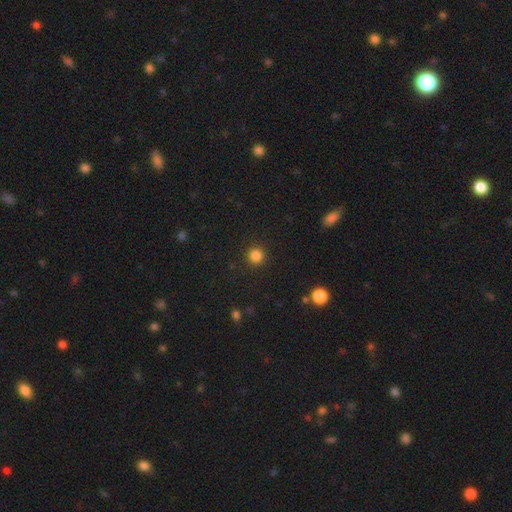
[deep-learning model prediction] A smooth galaxy with no disk features (84%) that is round (95%). Merging: none (92%).